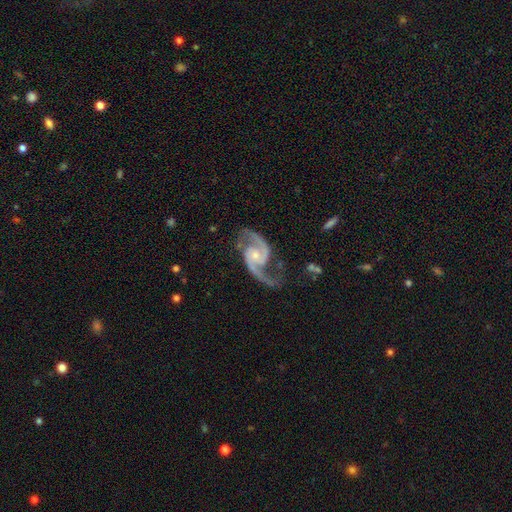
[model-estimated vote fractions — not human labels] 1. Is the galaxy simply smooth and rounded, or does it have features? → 94% featured or disk, 4% star or artifact, 3% smooth.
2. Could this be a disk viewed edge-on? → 98% no, 2% yes.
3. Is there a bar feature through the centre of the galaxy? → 62% no, 31% weak, 7% strong.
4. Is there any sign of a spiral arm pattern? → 98% yes, 2% no.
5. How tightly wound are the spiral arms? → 56% medium, 32% loose, 12% tight.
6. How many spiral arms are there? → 94% 2, 1% 1, 1% 3, 1% can't tell, 1% 4, 1% more than 4.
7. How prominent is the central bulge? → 56% small, 36% moderate, 4% none, 2% large, 1% dominant.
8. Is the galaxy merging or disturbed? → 70% none, 17% minor disturbance, 10% major disturbance, 2% merger.